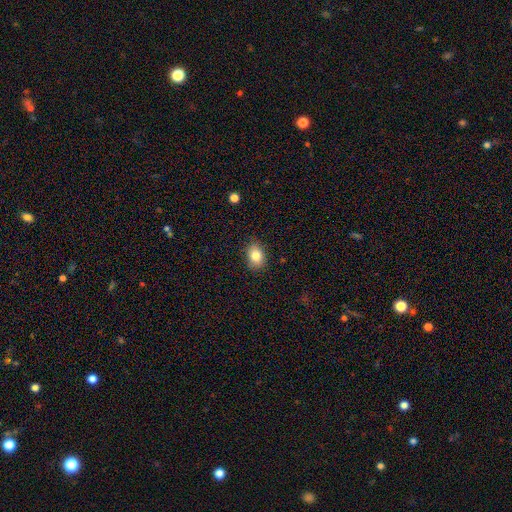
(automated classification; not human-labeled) Morphology: type=smooth (83%); roundness=in between (67%); merging=none (85%).